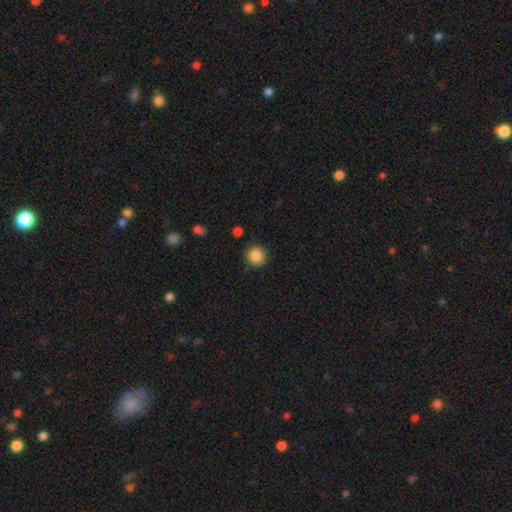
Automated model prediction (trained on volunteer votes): Smooth or featured? Predicted: smooth (p=0.87). How rounded? Predicted: round (p=0.93). Merging? Predicted: none (p=0.89).